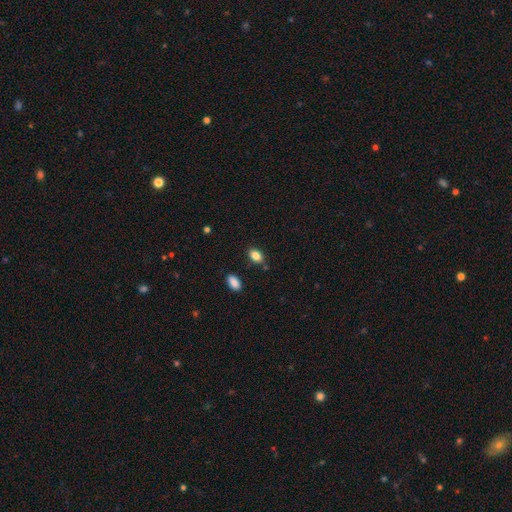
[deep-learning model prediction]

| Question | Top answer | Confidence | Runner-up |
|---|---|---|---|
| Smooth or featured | smooth | 85% | star or artifact (9%) |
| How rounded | in between | 82% | round (16%) |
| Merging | none | 80% | minor disturbance (12%) |